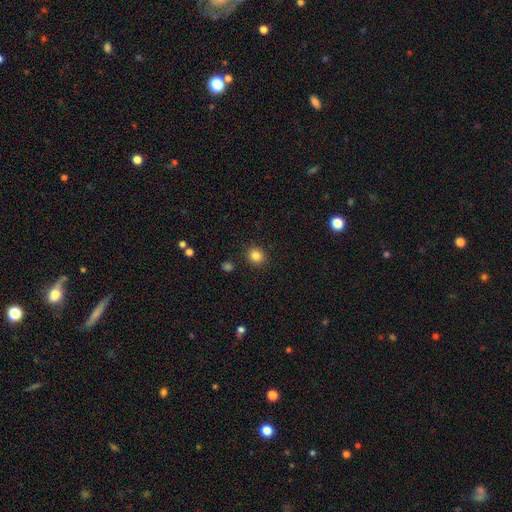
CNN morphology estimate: Smooth or featured: smooth — 84% (star or artifact — 11%)
How rounded: round — 83% (in between — 17%)
Merging: none — 90% (minor disturbance — 6%)